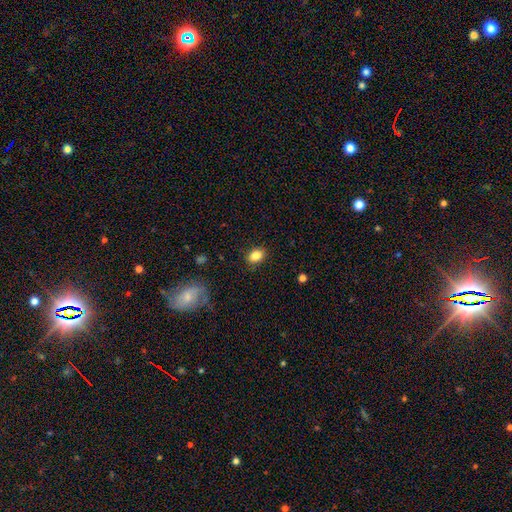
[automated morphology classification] Smooth or featured: smooth — 85% (star or artifact — 9%)
How rounded: in between — 75% (round — 24%)
Merging: none — 86% (minor disturbance — 10%)